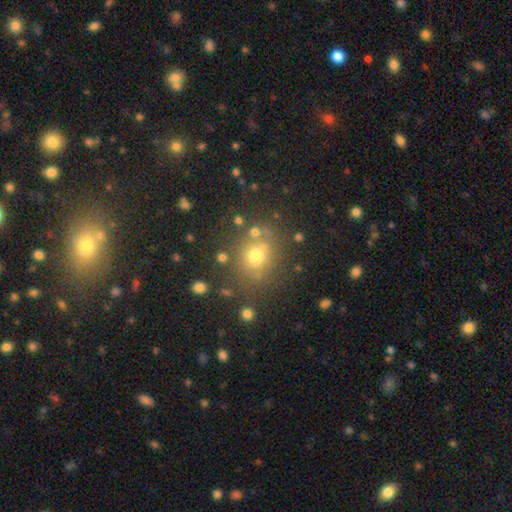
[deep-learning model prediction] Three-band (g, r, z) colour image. It shows a smooth galaxy with no disk features (66%) that is round (77%). Merging: none (75%).